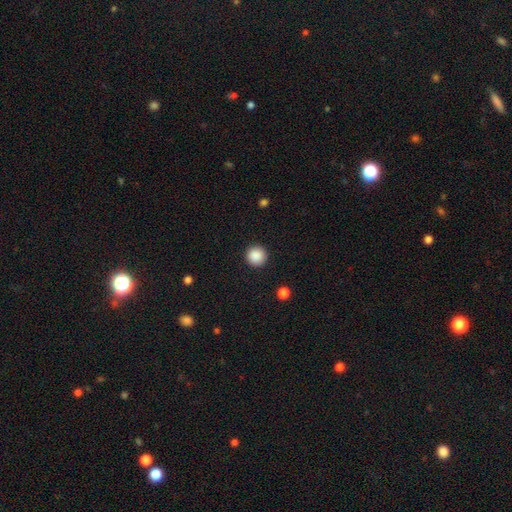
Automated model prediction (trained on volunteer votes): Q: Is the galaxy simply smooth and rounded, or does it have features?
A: smooth — 88%.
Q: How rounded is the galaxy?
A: round — 96%.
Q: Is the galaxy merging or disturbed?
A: none — 92%.